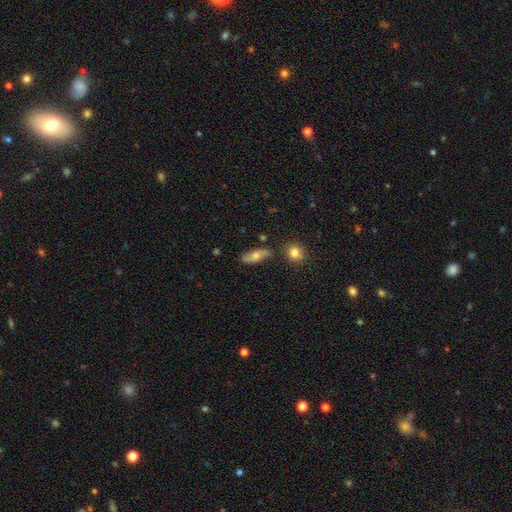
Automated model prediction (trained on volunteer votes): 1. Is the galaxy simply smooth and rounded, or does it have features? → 59% smooth, 33% featured or disk, 8% star or artifact.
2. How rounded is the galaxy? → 68% in between, 27% cigar-shaped, 5% round.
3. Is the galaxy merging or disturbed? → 78% none, 15% minor disturbance, 4% merger, 3% major disturbance.